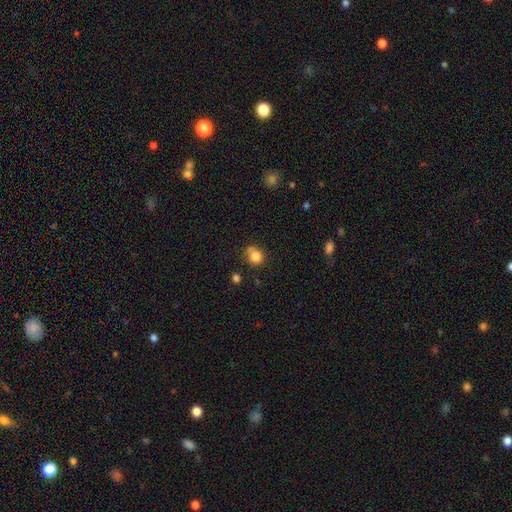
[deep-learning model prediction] smooth 81%, star or artifact 11%, featured or disk 8%. Down the decision tree: how rounded — round (81%); merging — none (59%).